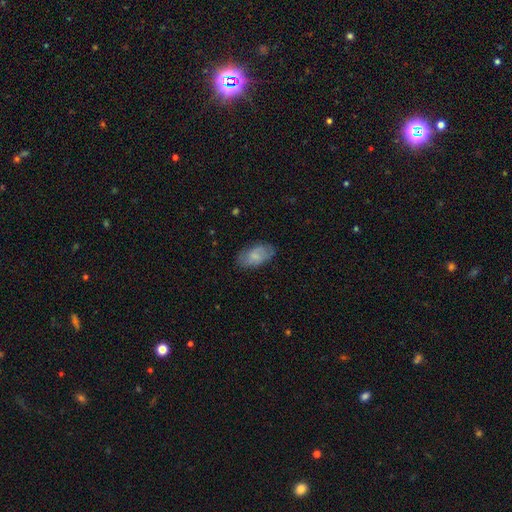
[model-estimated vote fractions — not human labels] This is likely a smooth galaxy (70%). How rounded: clearly in between (93%). Merging: likely none (76%).